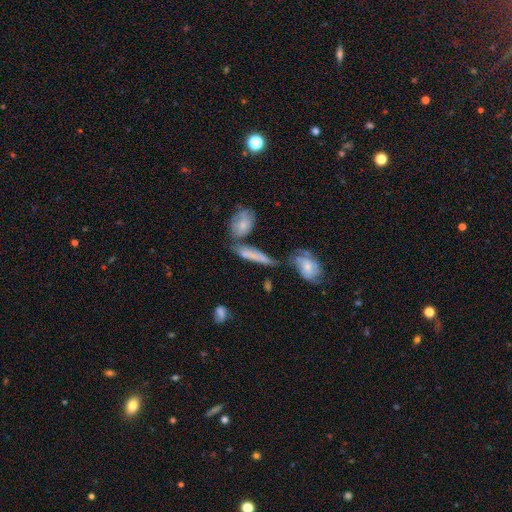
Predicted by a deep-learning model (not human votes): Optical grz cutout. It shows a smooth galaxy with no disk features (57%) that is cigar-shaped (66%). Merging: none (46%).